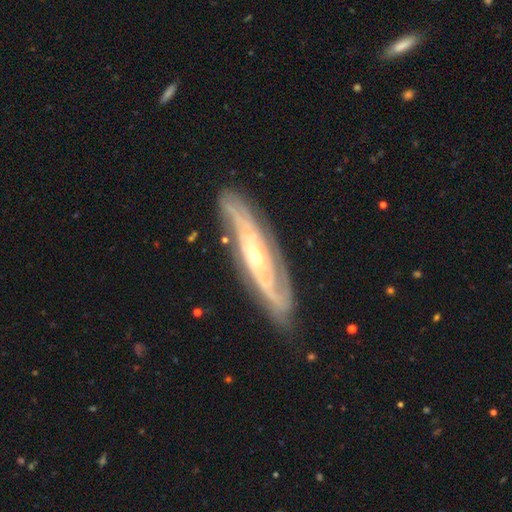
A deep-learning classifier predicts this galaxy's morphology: Overall: featured or disk (86%). Edge-on disk: no (77%). Bar: no (59%; weak 28%). Spiral arms: yes (94%). Spiral arm count: 2 (49%; can't tell 26%). Spiral winding: tight (55%; medium 35%). Bulge size: small (58%; moderate 39%). Merging: none (81%).